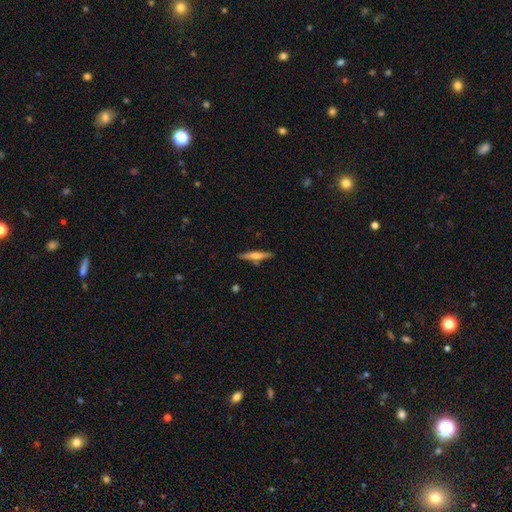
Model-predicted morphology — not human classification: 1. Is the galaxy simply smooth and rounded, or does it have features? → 49% featured or disk, 45% smooth, 6% star or artifact.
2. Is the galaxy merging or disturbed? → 84% none, 10% minor disturbance, 4% merger, 2% major disturbance.